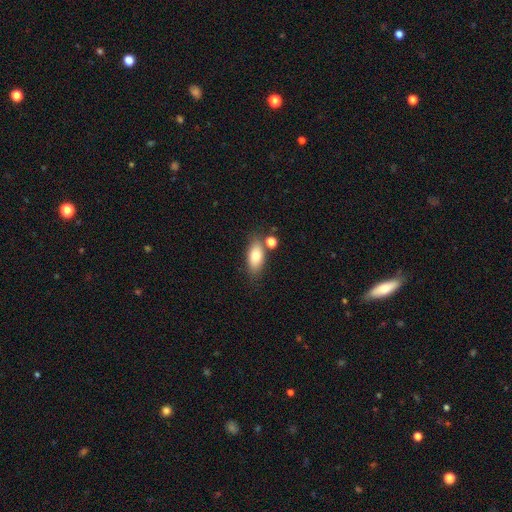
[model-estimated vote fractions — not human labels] Smooth or featured? smooth (77%)
How rounded? in between (85%)
Merging? none (71%)